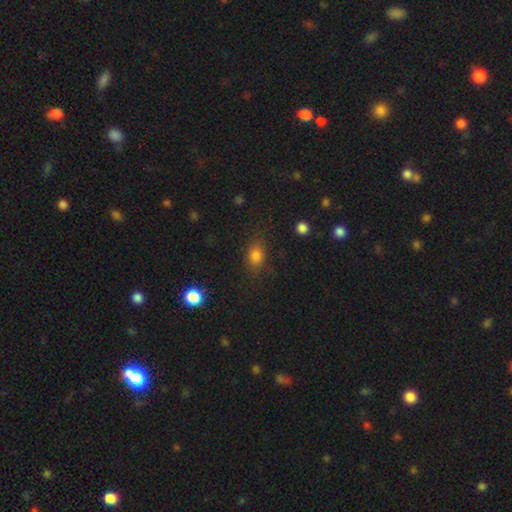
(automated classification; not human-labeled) smooth_or_featured: smooth (p=0.78) [alt: star or artifact p=0.15]
how_rounded: in between (p=0.63) [alt: round p=0.34]
merging: none (p=0.77) [alt: minor disturbance p=0.15]